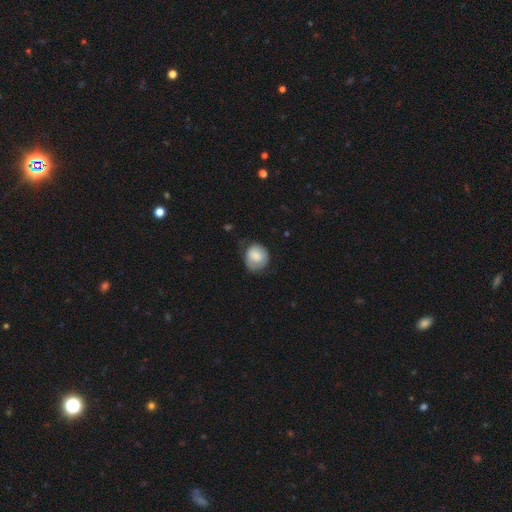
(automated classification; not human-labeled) smooth-or-featured: smooth: 80% | featured or disk: 13% | star or artifact: 7%
  how-rounded: round: 74% | in between: 25% | cigar-shaped: 1%
  merging: none: 60% | minor disturbance: 28% | major disturbance: 10% | merger: 1%